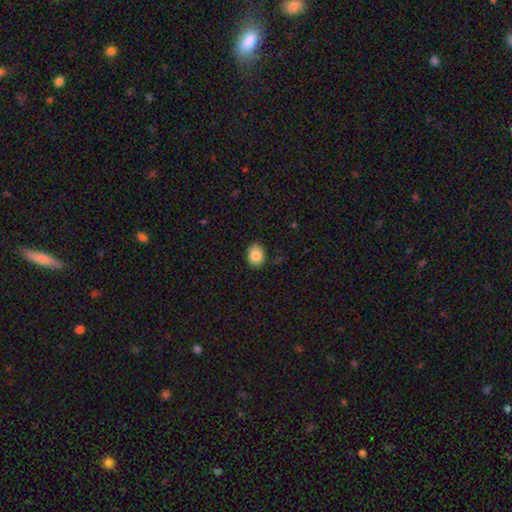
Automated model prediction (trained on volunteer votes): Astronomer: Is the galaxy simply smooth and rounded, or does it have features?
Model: smooth — 85%.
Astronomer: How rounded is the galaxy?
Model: in between — 61% (runner-up: round, 38%).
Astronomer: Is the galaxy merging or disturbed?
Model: none — 86%.